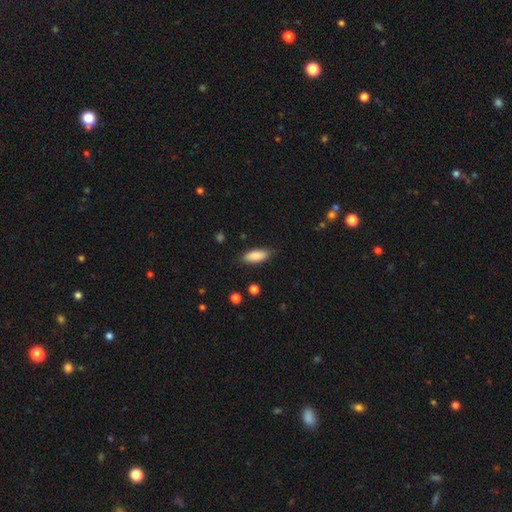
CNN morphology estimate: Smooth or featured? Predicted: smooth (p=0.87). How rounded? Predicted: in between (p=0.77). Merging? Predicted: none (p=0.84).